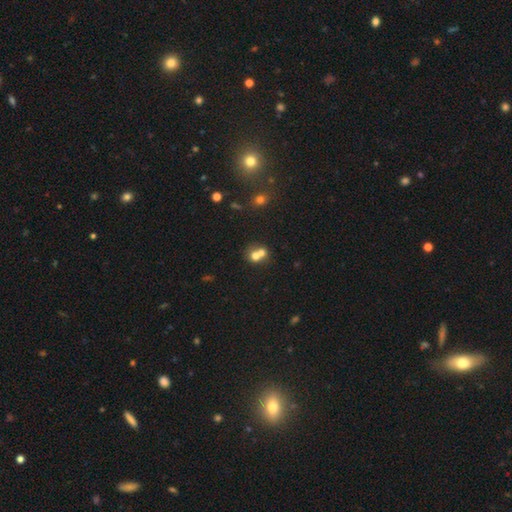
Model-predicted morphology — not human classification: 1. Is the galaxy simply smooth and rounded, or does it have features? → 67% smooth, 20% featured or disk, 13% star or artifact.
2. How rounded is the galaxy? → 72% round, 27% in between, 1% cigar-shaped.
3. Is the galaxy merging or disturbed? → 63% merger, 28% none, 6% minor disturbance, 3% major disturbance.